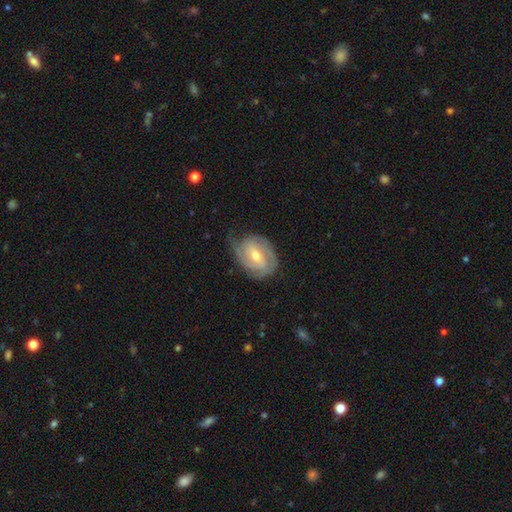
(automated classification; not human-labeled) The model was most divided on "bulge size": moderate: 55%, small: 42%, large: 2%, none: 1%, dominant: 1%. Remaining: edge-on disk — no (96%); spiral arms — yes (93%); smooth or featured — featured or disk (80%); merging — none (64%); spiral winding — tight (57%); spiral arm count — 2 (52%); bar — weak (48%).